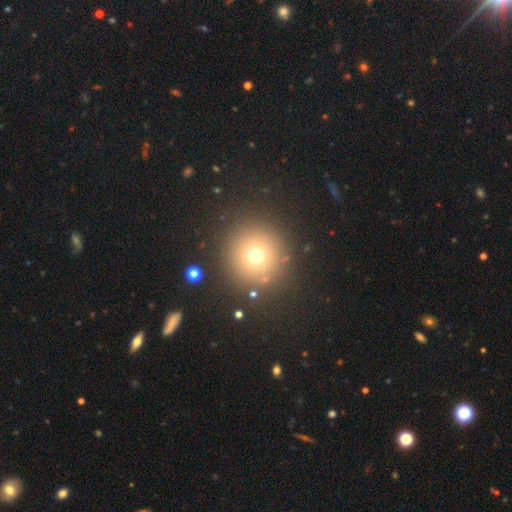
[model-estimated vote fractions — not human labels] smooth 69%, star or artifact 20%, featured or disk 11%. Down the decision tree: how rounded — round (95%); merging — none (87%).